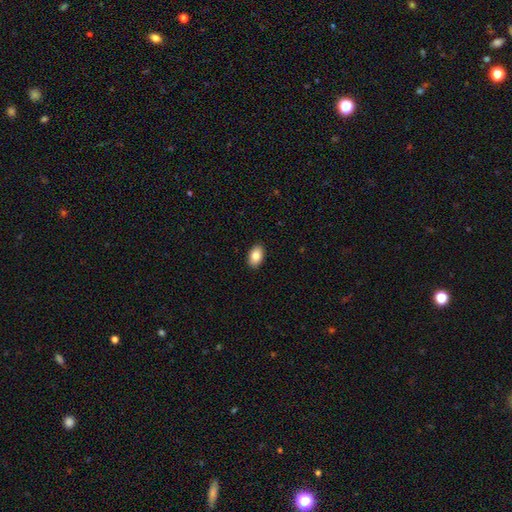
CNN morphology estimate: smooth_or_featured: smooth (p=0.85) [alt: featured or disk p=0.08]
how_rounded: in between (p=0.91) [alt: round p=0.08]
merging: none (p=0.90) [alt: minor disturbance p=0.07]